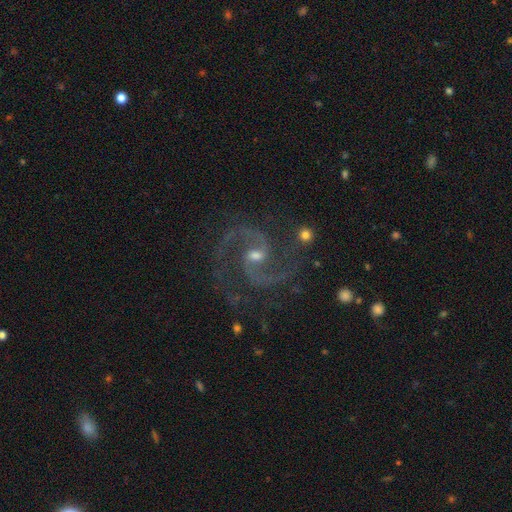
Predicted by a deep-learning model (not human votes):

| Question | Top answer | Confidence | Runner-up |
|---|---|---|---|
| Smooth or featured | featured or disk | 92% | star or artifact (5%) |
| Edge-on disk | no | 98% | yes (2%) |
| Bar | weak | 51% | no (34%) |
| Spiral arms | yes | 99% | no (1%) |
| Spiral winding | medium | 69% | loose (19%) |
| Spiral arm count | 2 | 92% | 3 (3%) |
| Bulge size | moderate | 51% | small (43%) |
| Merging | none | 75% | minor disturbance (15%) |